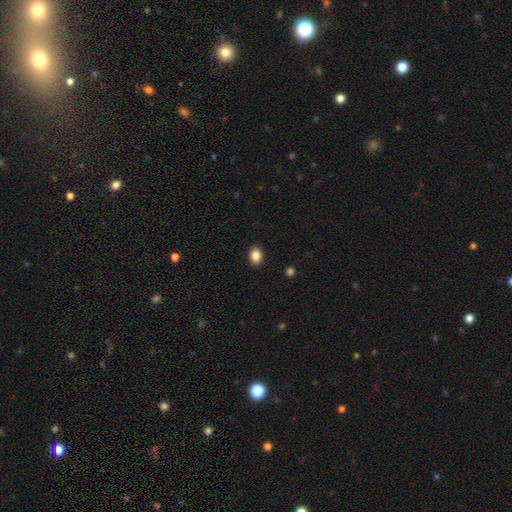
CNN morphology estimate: Q: Smooth or featured?
A: smooth (87%); runner-up: star or artifact (9%)
Q: How rounded?
A: in between (67%); runner-up: round (31%)
Q: Merging?
A: none (90%); runner-up: minor disturbance (7%)